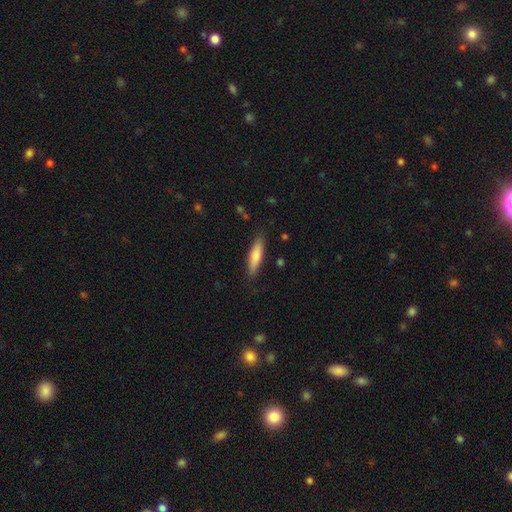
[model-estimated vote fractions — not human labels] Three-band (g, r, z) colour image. It shows a smooth galaxy with no disk features (75%) that is cigar-shaped (69%). Merging: none (85%).